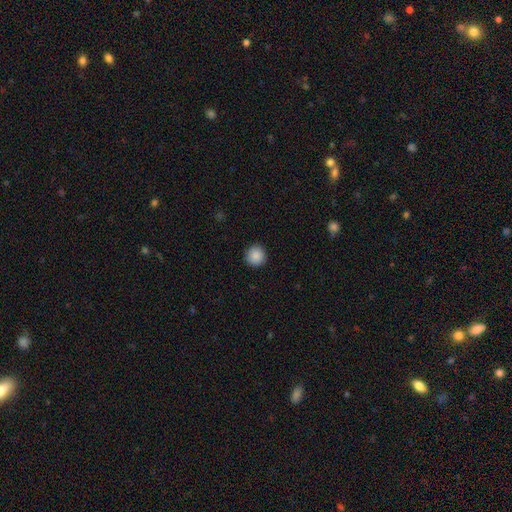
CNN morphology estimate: Smooth or featured?
  - smooth: 89% *
  - star or artifact: 8%
  - featured or disk: 3%
How rounded?
  - round: 95% *
  - in between: 4%
  - cigar-shaped: 1%
Merging?
  - none: 92% *
  - minor disturbance: 6%
  - major disturbance: 2%
  - merger: 1%